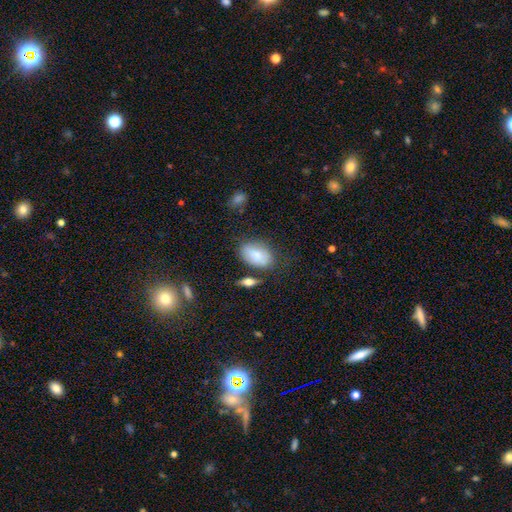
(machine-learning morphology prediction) A smooth galaxy with no disk features (79%) that is in between round and cigar-shaped (89%).

Vote fractions:
- Smooth or featured? smooth: 79% / featured or disk: 14% / star or artifact: 7%
- How rounded? in between: 89% / round: 9% / cigar-shaped: 2%
- Merging? none: 64% / minor disturbance: 21% / merger: 8% / major disturbance: 7%